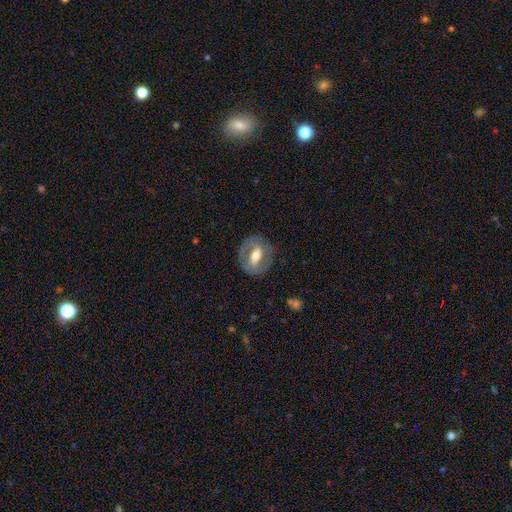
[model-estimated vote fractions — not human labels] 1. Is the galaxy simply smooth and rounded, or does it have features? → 60% featured or disk, 34% smooth, 6% star or artifact.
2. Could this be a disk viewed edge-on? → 90% no, 10% yes.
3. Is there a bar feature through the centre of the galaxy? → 41% strong, 35% weak, 24% no.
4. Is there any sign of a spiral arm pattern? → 64% no, 36% yes.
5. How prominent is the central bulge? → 68% moderate, 16% large, 14% small, 1% dominant, 1% none.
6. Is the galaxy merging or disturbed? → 79% none, 13% minor disturbance, 7% major disturbance, 1% merger.